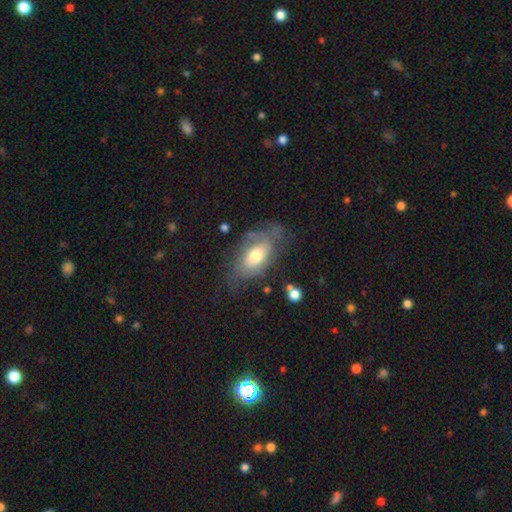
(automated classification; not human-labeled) Smooth or featured: featured or disk — 49% (smooth — 43%)
Merging: none — 49% (minor disturbance — 28%)